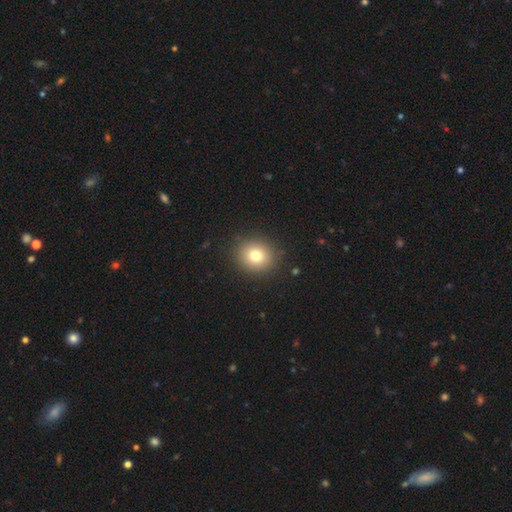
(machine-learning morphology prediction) This is likely a smooth galaxy (78%). How rounded: clearly round (81%). Merging: clearly none (90%).